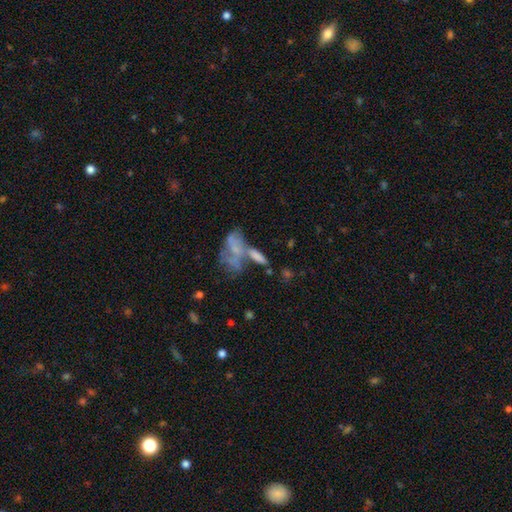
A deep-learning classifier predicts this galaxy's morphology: This appears to be a smooth galaxy with no disk features (61%) that is in between round and cigar-shaped (67%). Merging: merger (49%).